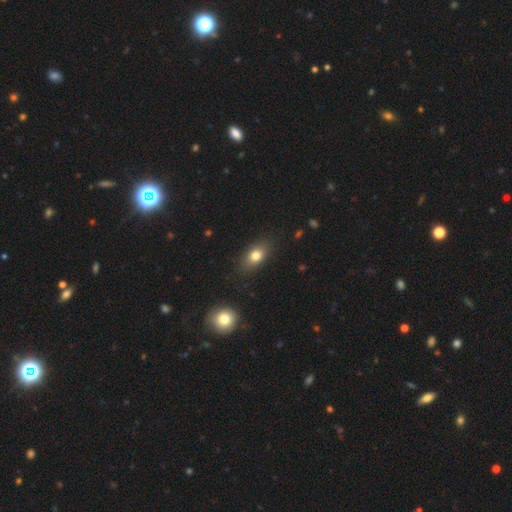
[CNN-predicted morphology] This is likely a smooth galaxy (78%). How rounded: clearly in between (80%). Merging: clearly none (83%).